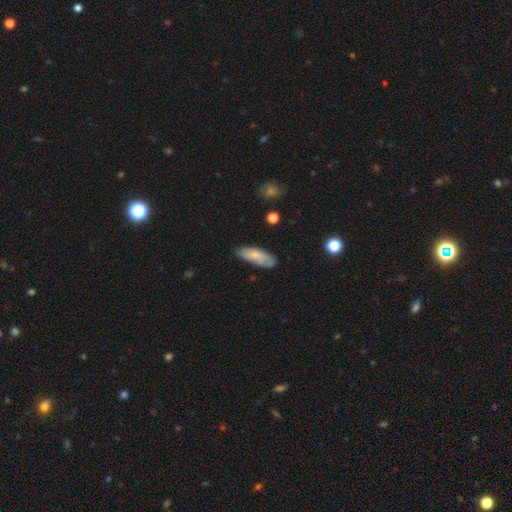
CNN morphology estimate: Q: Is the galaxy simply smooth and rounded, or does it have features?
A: smooth — 72%.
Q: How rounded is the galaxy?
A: in between — 69%.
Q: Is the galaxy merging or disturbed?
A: none — 64%.